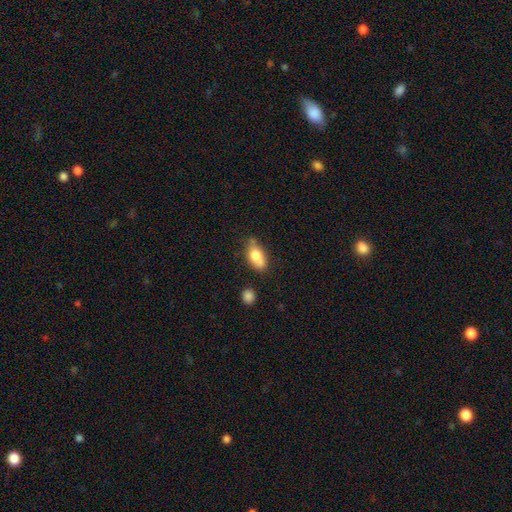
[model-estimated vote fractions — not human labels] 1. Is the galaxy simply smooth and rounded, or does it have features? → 72% smooth, 21% featured or disk, 7% star or artifact.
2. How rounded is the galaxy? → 83% in between, 11% cigar-shaped, 6% round.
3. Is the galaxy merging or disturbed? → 59% none, 26% minor disturbance, 9% merger, 6% major disturbance.